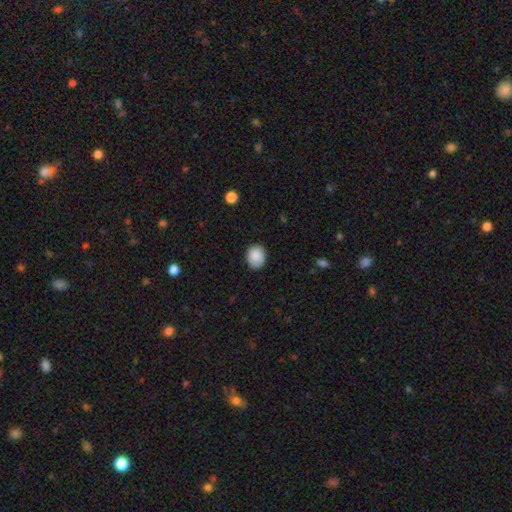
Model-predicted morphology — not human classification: smooth_or_featured: smooth (p=0.89) [alt: star or artifact p=0.08]
how_rounded: round (p=0.65) [alt: in between p=0.34]
merging: none (p=0.87) [alt: minor disturbance p=0.10]